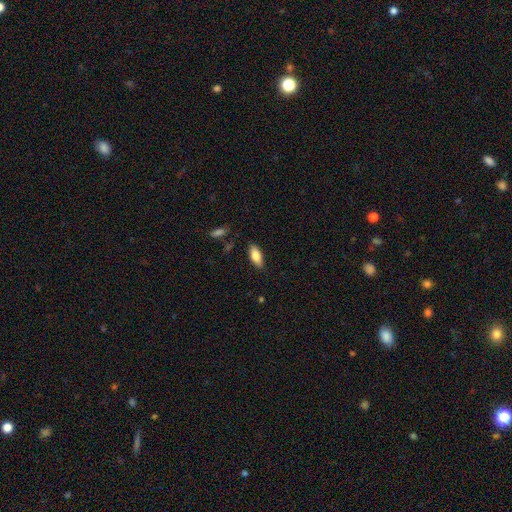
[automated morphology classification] The model was most divided on "how rounded": in between: 82%, cigar-shaped: 16%, round: 2%. More confident: merging — none (85%); smooth or featured — smooth (80%).